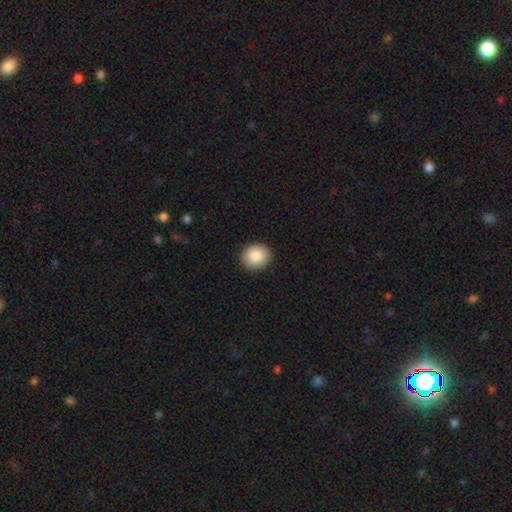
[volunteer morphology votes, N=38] A smooth galaxy with no disk features (95%) that is round (81%).

Vote fractions:
- Smooth or featured? smooth: 95% / featured or disk: 3% / star or artifact: 3%
- How rounded? round: 81% / in between: 19% / cigar-shaped: 0%
- Merging? none: 89% / minor disturbance: 8% / major disturbance: 3% / merger: 0%